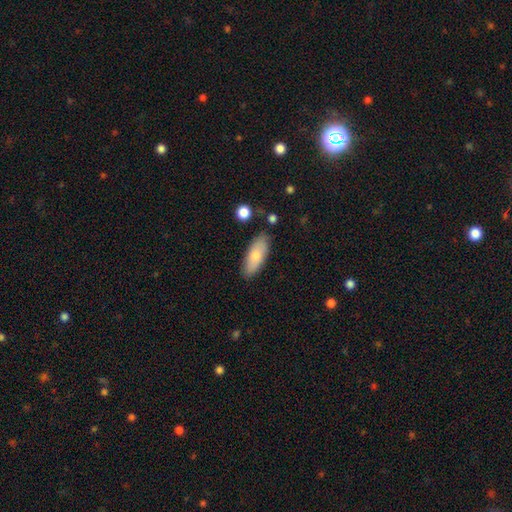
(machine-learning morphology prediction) Q: Smooth or featured?
A: smooth (78%); runner-up: featured or disk (16%)
Q: How rounded?
A: in between (77%); runner-up: cigar-shaped (21%)
Q: Merging?
A: none (82%); runner-up: minor disturbance (12%)